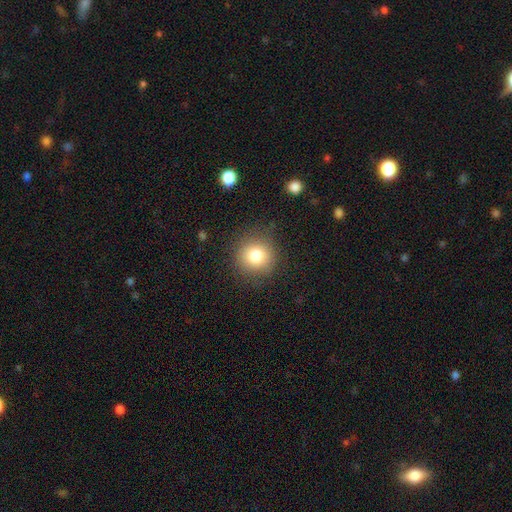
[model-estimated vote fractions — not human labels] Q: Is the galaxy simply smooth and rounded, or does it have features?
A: smooth — 81%.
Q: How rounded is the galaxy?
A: round — 92%.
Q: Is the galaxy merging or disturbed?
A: none — 86%.